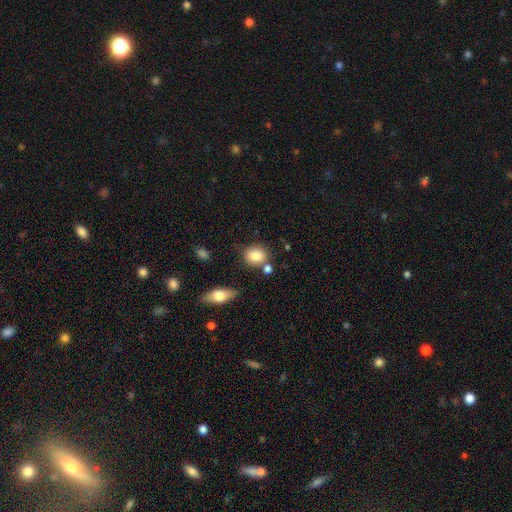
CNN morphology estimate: Overall: smooth (83%). How rounded: round (55%; in between 44%). Merging: none (71%).